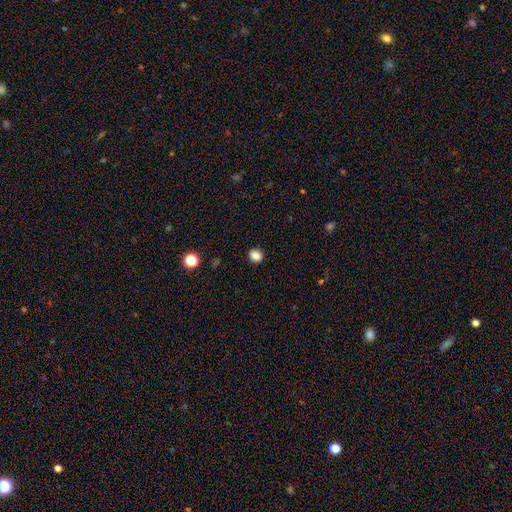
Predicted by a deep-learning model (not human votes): Q: Smooth or featured?
A: smooth (85%); runner-up: star or artifact (11%)
Q: How rounded?
A: round (63%); runner-up: in between (36%)
Q: Merging?
A: none (90%); runner-up: minor disturbance (7%)